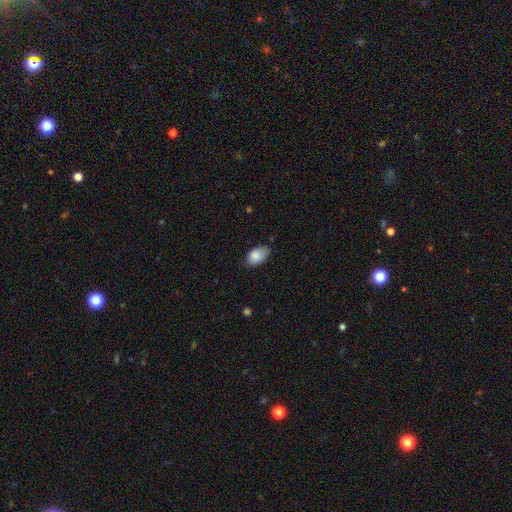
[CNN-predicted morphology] This is clearly a smooth galaxy (84%). How rounded: clearly in between (91%). Merging: possibly none (57%).